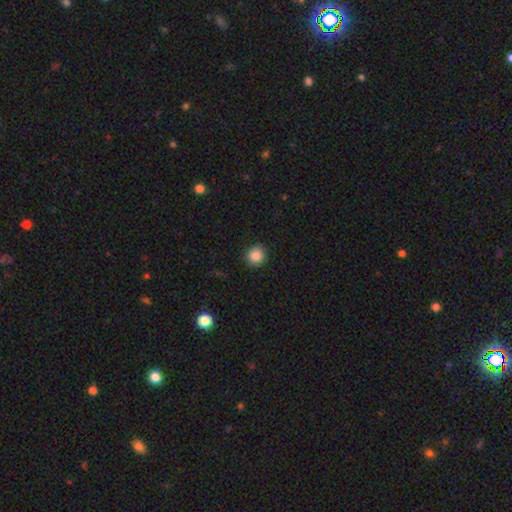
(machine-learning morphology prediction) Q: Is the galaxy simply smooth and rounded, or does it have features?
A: smooth — 87%.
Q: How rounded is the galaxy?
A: round — 89%.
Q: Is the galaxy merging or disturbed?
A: none — 89%.